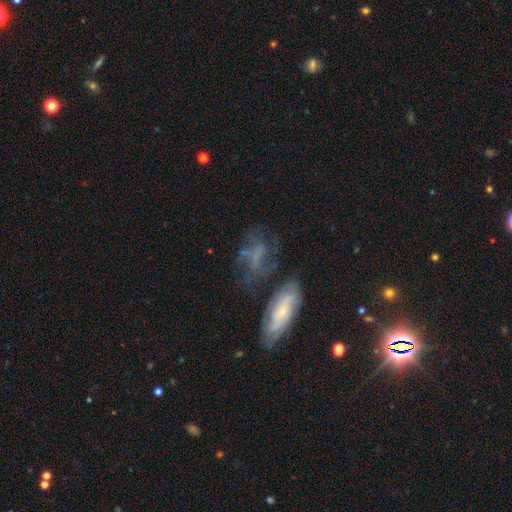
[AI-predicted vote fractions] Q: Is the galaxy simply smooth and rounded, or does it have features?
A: featured or disk — 54%.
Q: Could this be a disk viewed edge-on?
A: no — 92%.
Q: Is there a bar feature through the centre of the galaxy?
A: no — 62%.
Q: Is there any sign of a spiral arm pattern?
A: yes — 66%.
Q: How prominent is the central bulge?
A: none — 54%.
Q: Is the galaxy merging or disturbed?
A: none — 45%.